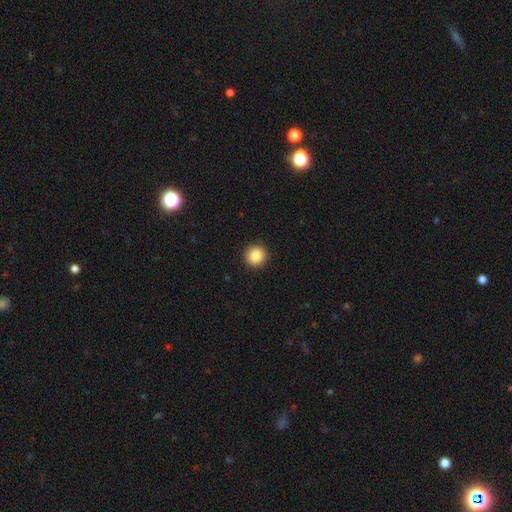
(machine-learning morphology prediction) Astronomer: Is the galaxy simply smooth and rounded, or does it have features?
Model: smooth — 87%.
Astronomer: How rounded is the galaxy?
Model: round — 94%.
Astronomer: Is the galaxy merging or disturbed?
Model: none — 92%.